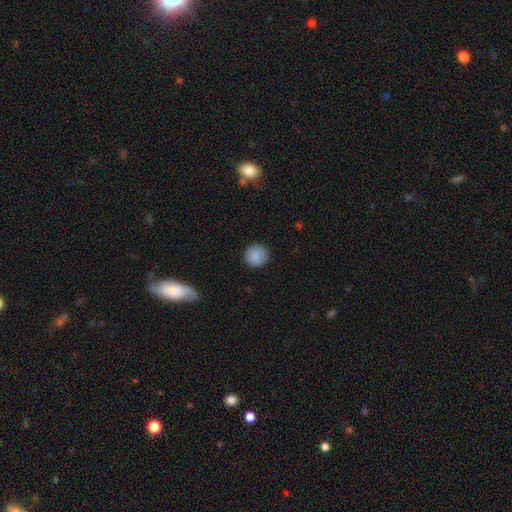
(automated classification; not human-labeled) Q: Smooth or featured?
A: smooth (85%); runner-up: featured or disk (8%)
Q: How rounded?
A: round (92%); runner-up: in between (7%)
Q: Merging?
A: none (90%); runner-up: minor disturbance (7%)